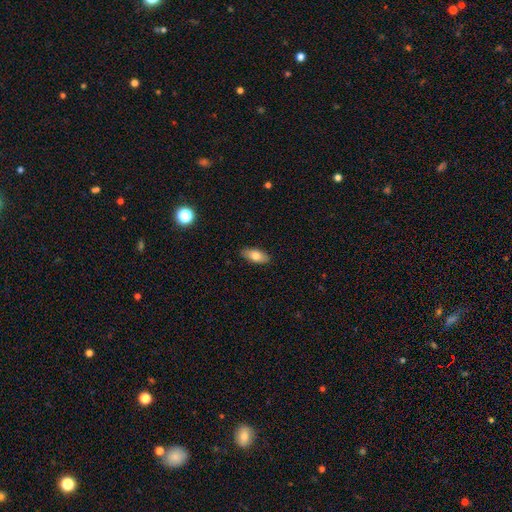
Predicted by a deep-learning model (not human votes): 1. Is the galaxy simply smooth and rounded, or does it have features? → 78% smooth, 15% featured or disk, 7% star or artifact.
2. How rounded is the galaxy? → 84% in between, 13% cigar-shaped, 3% round.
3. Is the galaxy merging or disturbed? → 88% none, 9% minor disturbance, 2% major disturbance, 1% merger.